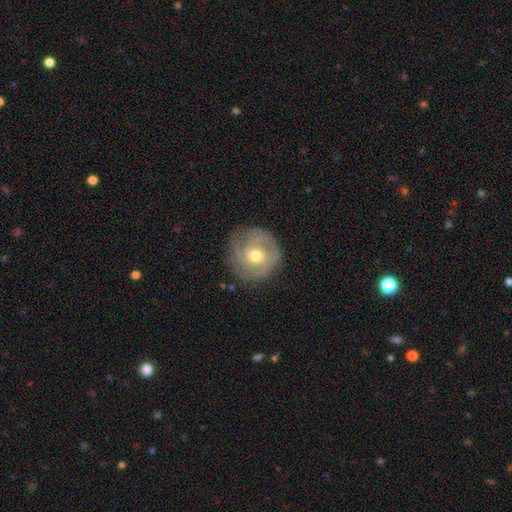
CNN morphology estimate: This is likely a featured or disk galaxy (73%). It is clearly not viewed edge-on (97%). Bar: likely no (68%). Spiral arm pattern: clearly yes (89%). Spiral arm count: marginally can't tell (29%, tied with 3). Spiral winding: likely tight (65%). Central bulge: likely moderate (72%). Merging: likely none (79%).